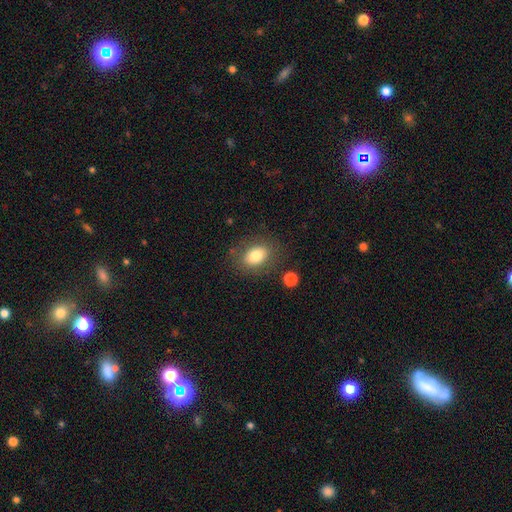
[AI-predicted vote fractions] Smooth or featured? smooth (78%)
How rounded? in between (70%)
Merging? none (79%)